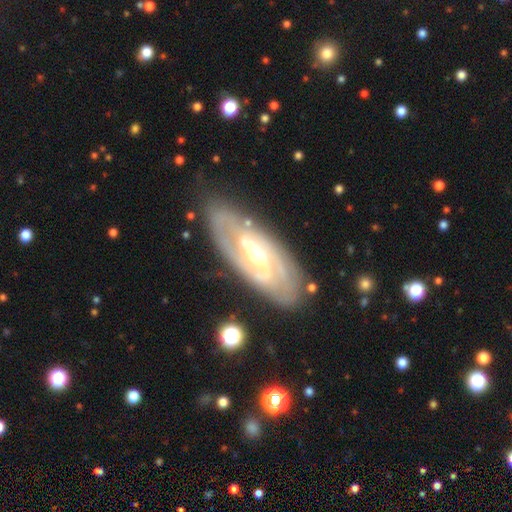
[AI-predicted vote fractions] Smooth or featured? featured or disk (86%)
Edge-on disk? no (91%)
Bar? no (41%)
Spiral arms? yes (92%)
Spiral winding? tight (61%)
Spiral arm count? 2 (50%)
Bulge size? moderate (61%)
Merging? none (79%)